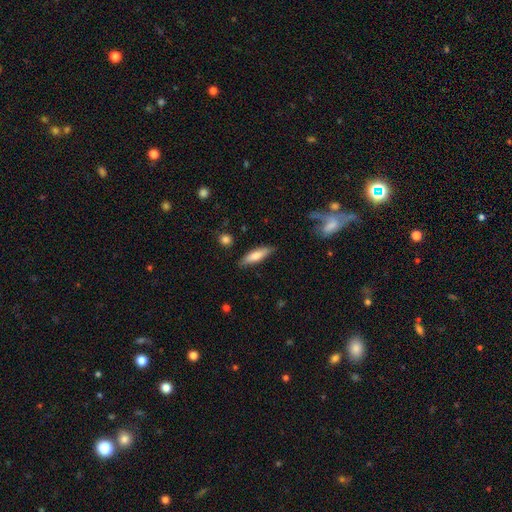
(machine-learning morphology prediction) Smooth or featured? Predicted: smooth (p=0.74). How rounded? Predicted: cigar-shaped (p=0.64). Merging? Predicted: none (p=0.83).